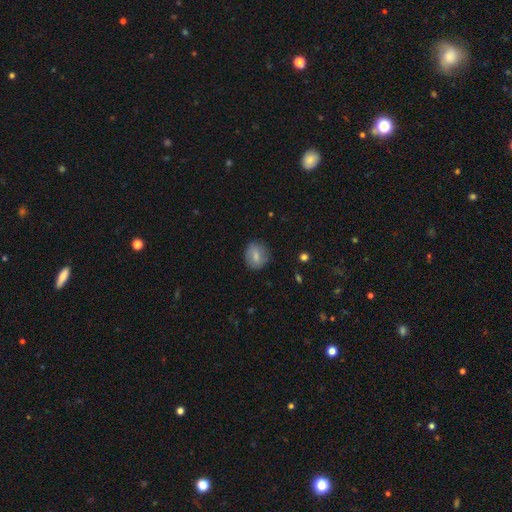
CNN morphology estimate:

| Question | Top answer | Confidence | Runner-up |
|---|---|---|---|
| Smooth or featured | smooth | 70% | featured or disk (23%) |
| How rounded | round | 65% | in between (34%) |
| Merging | none | 78% | minor disturbance (16%) |